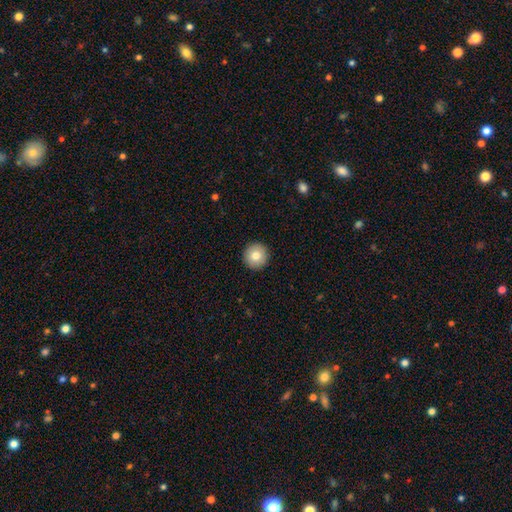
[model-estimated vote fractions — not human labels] A smooth galaxy with no disk features (80%) that is round (96%). Merging: none (93%).